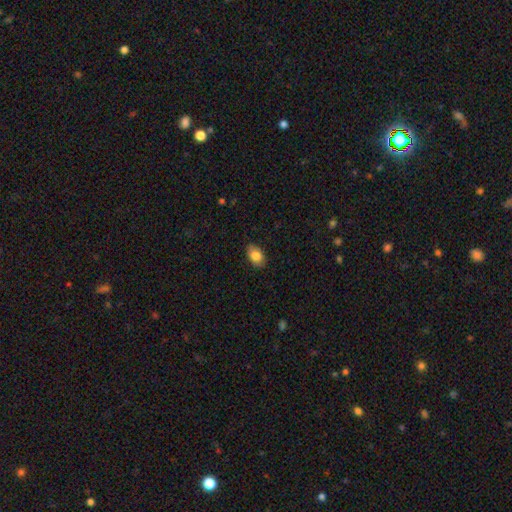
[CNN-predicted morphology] This appears to be a smooth galaxy with no disk features (82%) that is in between round and cigar-shaped (88%). Merging: none (85%).